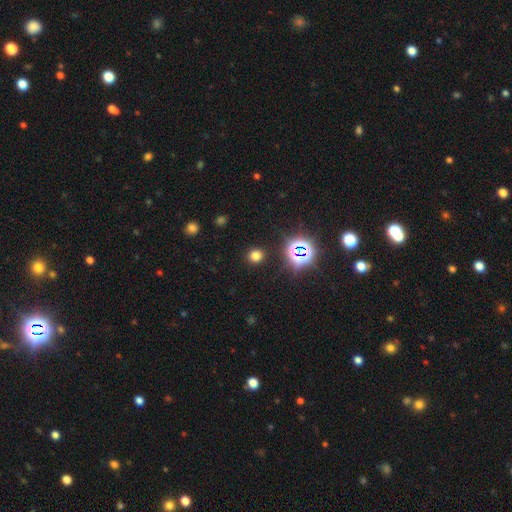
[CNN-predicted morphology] Overall: smooth (70%). How rounded: round (88%). Merging: none (89%).